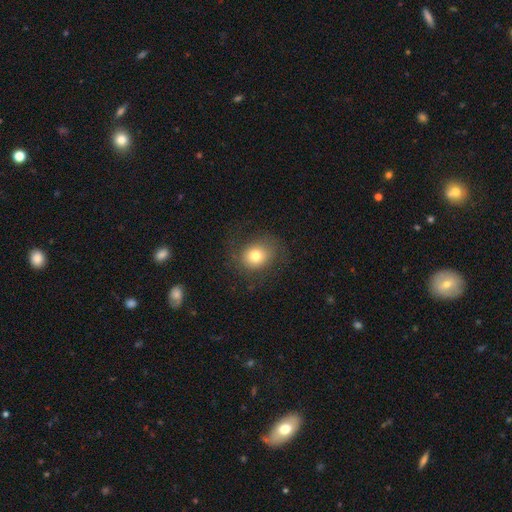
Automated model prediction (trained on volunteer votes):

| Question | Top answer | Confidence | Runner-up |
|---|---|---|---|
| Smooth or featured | smooth | 74% | featured or disk (15%) |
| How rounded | round | 65% | in between (34%) |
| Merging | none | 70% | minor disturbance (17%) |